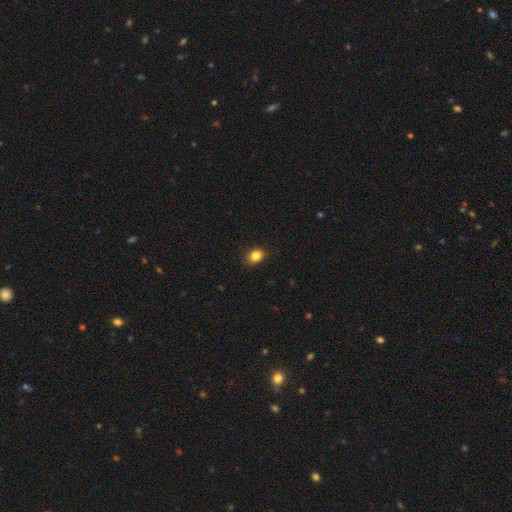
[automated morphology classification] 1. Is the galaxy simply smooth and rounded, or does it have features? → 84% smooth, 11% star or artifact, 5% featured or disk.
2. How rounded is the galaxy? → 53% round, 46% in between, 1% cigar-shaped.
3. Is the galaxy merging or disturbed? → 83% none, 13% minor disturbance, 3% major disturbance, 1% merger.